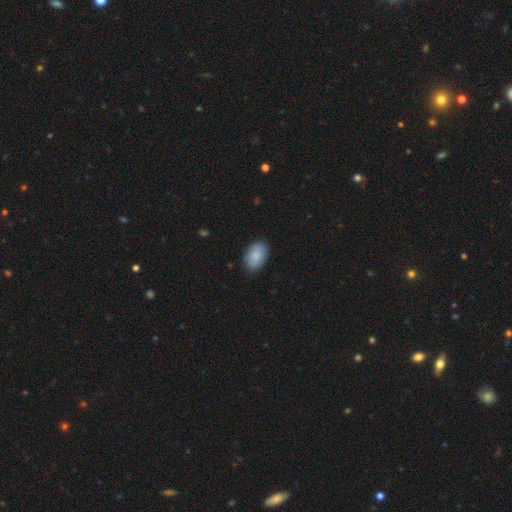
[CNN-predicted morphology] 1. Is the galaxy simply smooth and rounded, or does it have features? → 88% smooth, 6% star or artifact, 6% featured or disk.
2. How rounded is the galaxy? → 90% in between, 9% round, 1% cigar-shaped.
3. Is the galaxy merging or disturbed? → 85% none, 11% minor disturbance, 2% major disturbance, 1% merger.